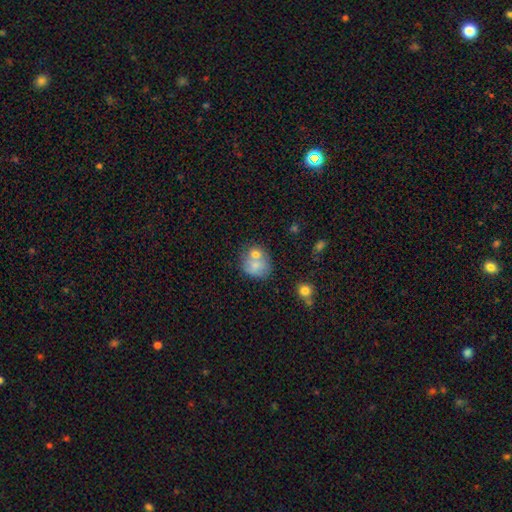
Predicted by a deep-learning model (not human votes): A smooth galaxy with no disk features (63%) that is round (73%).

Vote fractions:
- Smooth or featured? smooth: 63% / featured or disk: 24% / star or artifact: 13%
- How rounded? round: 73% / in between: 26% / cigar-shaped: 1%
- Merging? none: 49% / merger: 32% / minor disturbance: 14% / major disturbance: 6%